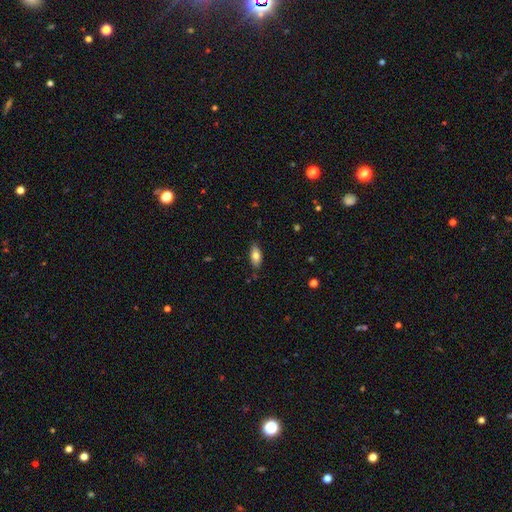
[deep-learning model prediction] smooth_or_featured: smooth (p=0.78) [alt: featured or disk p=0.15]
how_rounded: in between (p=0.86) [alt: cigar-shaped p=0.11]
merging: none (p=0.82) [alt: minor disturbance p=0.14]